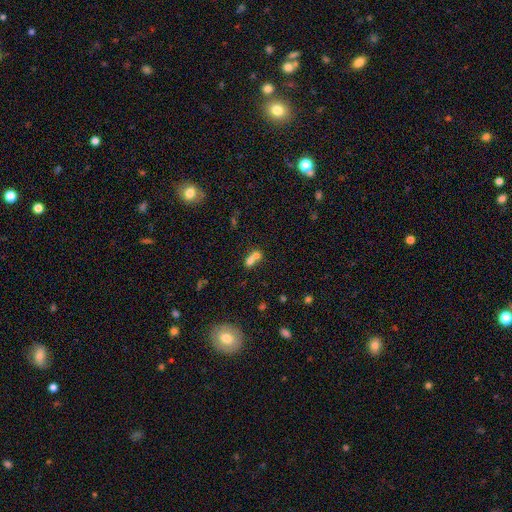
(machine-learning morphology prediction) smooth-or-featured: smooth: 69% | featured or disk: 17% | star or artifact: 13%
  how-rounded: round: 56% | in between: 42% | cigar-shaped: 2%
  merging: merger: 71% | none: 21% | minor disturbance: 5% | major disturbance: 3%